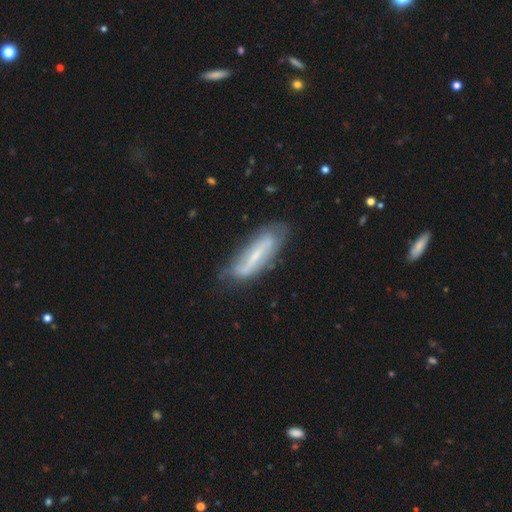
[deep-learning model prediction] Smooth or featured: featured or disk — 66% (smooth — 27%)
Edge-on disk: no — 72% (yes — 28%)
Merging: none — 64% (minor disturbance — 25%)